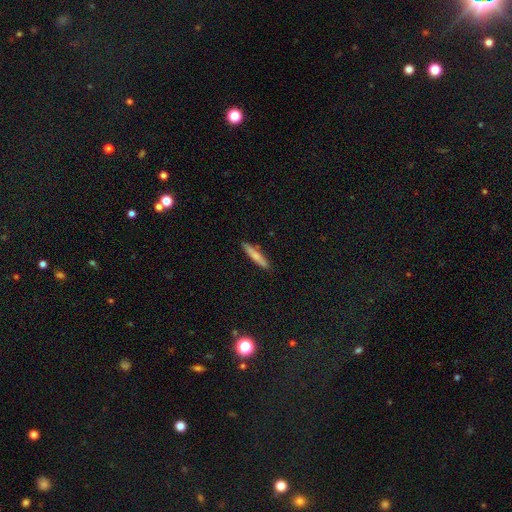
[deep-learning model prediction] smooth-or-featured: smooth: 74% | featured or disk: 21% | star or artifact: 6%
  how-rounded: cigar-shaped: 91% | in between: 7% | round: 1%
  merging: none: 88% | minor disturbance: 9% | merger: 2% | major disturbance: 2%